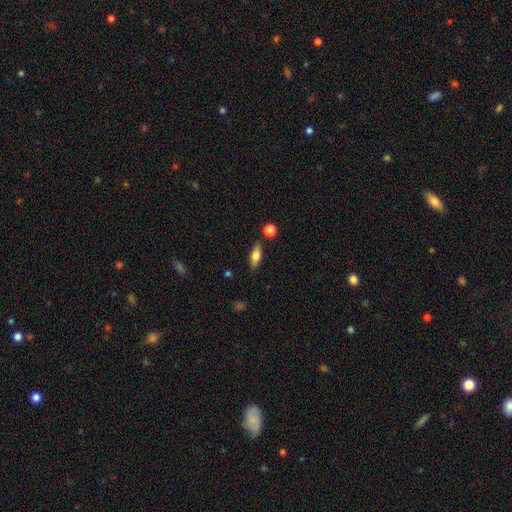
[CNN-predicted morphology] Smooth or featured?
  - smooth: 71% *
  - featured or disk: 22%
  - star or artifact: 7%
How rounded?
  - in between: 72% *
  - cigar-shaped: 24%
  - round: 4%
Merging?
  - none: 83% *
  - minor disturbance: 11%
  - merger: 4%
  - major disturbance: 2%